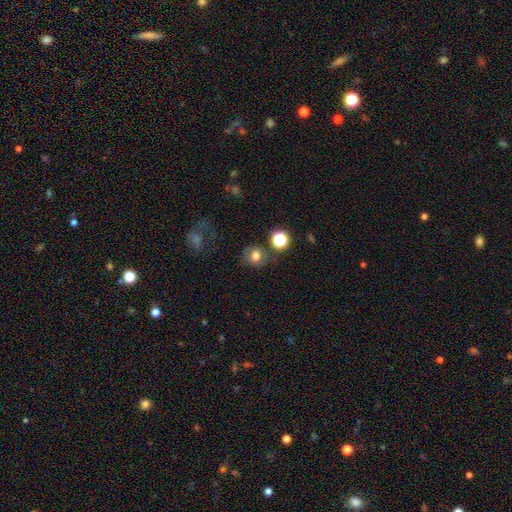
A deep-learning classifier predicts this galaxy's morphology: Smooth or featured? Predicted: smooth (p=0.70). How rounded? Predicted: round (p=0.78). Merging? Predicted: none (p=0.71).